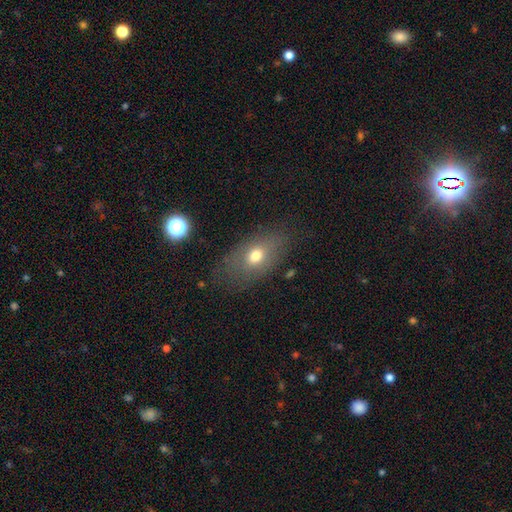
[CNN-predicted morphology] Overall: smooth (60%; featured or disk 23%). How rounded: in between (80%). Merging: none (81%).